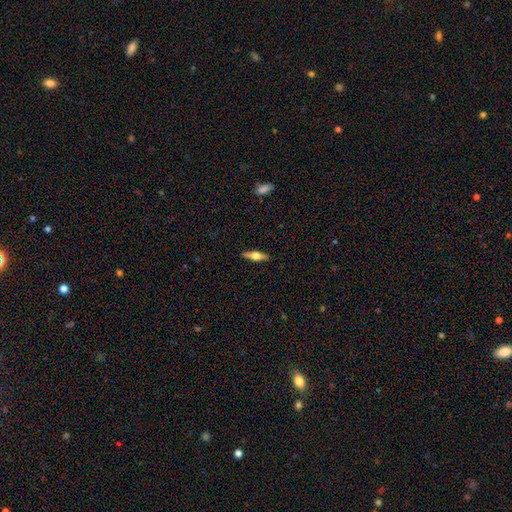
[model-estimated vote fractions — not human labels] The model was most divided on "smooth or featured": featured or disk: 55%, smooth: 39%, star or artifact: 6%. More confident: edge-on disk — yes (94%); edge-on bulge — rounded (93%); merging — none (90%).